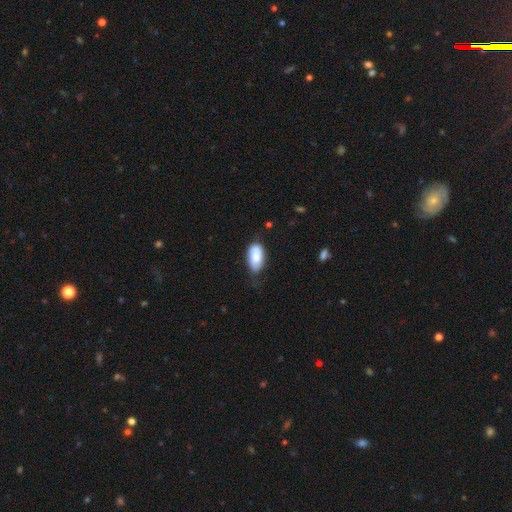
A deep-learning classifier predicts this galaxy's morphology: A smooth galaxy with no disk features (83%) that is in between round and cigar-shaped (92%).

Vote fractions:
- Smooth or featured? smooth: 83% / featured or disk: 10% / star or artifact: 6%
- How rounded? in between: 92% / cigar-shaped: 5% / round: 3%
- Merging? none: 59% / minor disturbance: 31% / major disturbance: 7% / merger: 3%